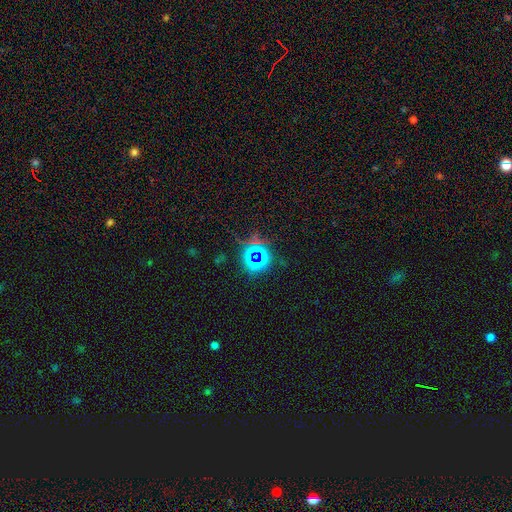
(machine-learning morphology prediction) The model was most divided on "smooth or featured": star or artifact: 75%, smooth: 16%, featured or disk: 9%.